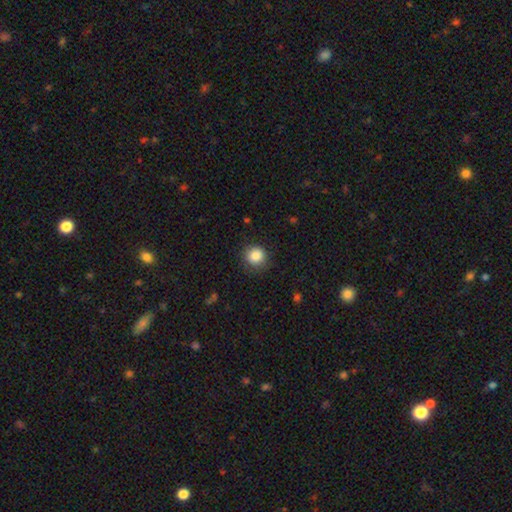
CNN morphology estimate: Smooth or featured? Predicted: smooth (p=0.86). How rounded? Predicted: round (p=0.92). Merging? Predicted: none (p=0.86).